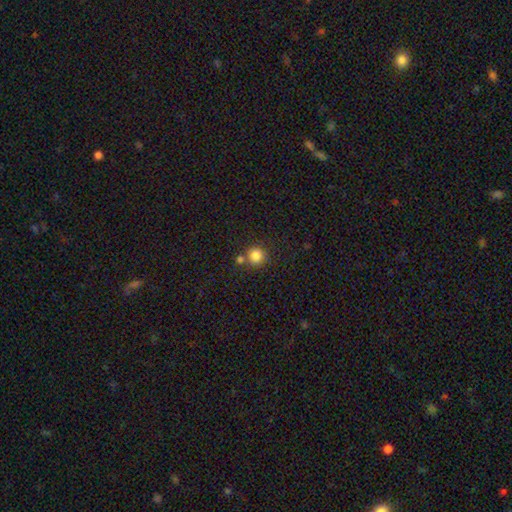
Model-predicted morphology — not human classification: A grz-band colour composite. It shows a smooth galaxy with no disk features (83%) that is round (93%). Merging: none (71%).